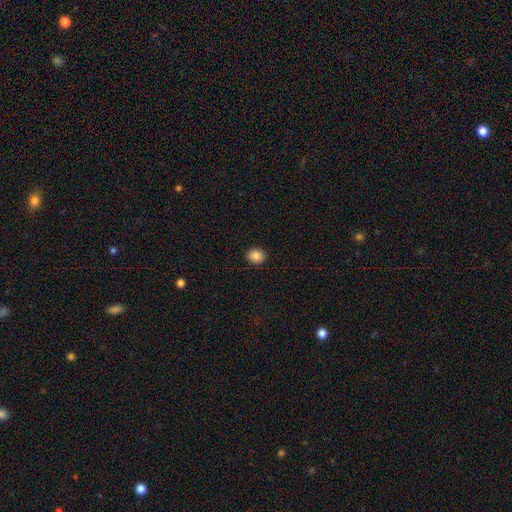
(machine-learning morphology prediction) The model was most divided on "how rounded": in between: 51%, round: 48%, cigar-shaped: 1%. More confident: merging — none (91%); smooth or featured — smooth (86%).